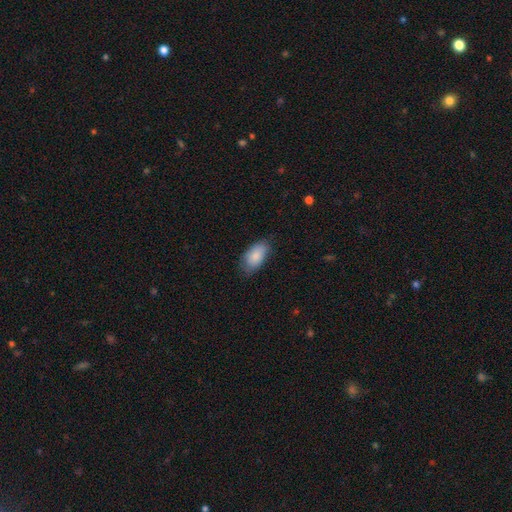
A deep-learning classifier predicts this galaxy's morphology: smooth-or-featured: smooth: 85% | featured or disk: 9% | star or artifact: 6%
  how-rounded: in between: 94% | round: 4% | cigar-shaped: 3%
  merging: none: 71% | minor disturbance: 23% | major disturbance: 5% | merger: 1%